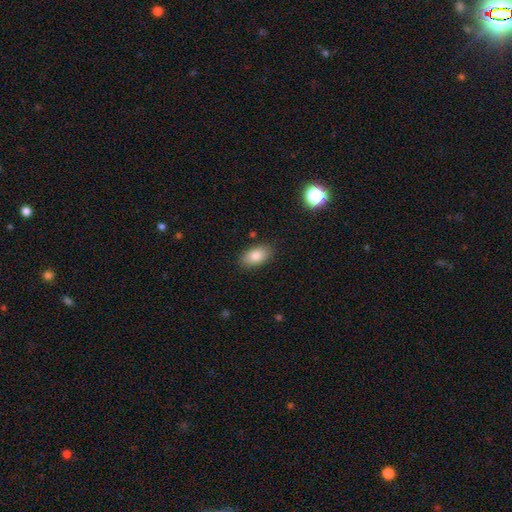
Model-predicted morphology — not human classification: Smooth or featured: smooth — 83% (featured or disk — 9%)
How rounded: in between — 92% (round — 5%)
Merging: none — 85% (minor disturbance — 11%)